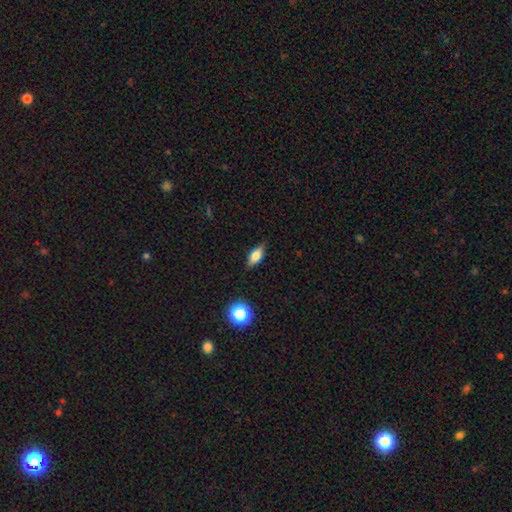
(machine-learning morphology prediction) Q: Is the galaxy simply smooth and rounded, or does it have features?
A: smooth — 70%.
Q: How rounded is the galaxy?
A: in between — 77%.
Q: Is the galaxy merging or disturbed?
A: none — 84%.